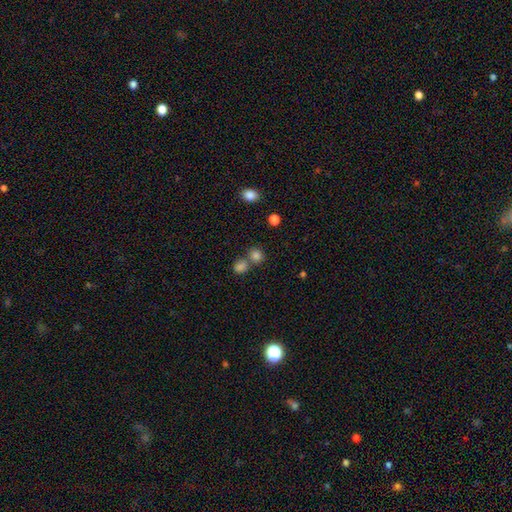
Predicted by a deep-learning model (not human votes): Morphology: type=smooth (81%); roundness=round (81%); merging=none (57%).